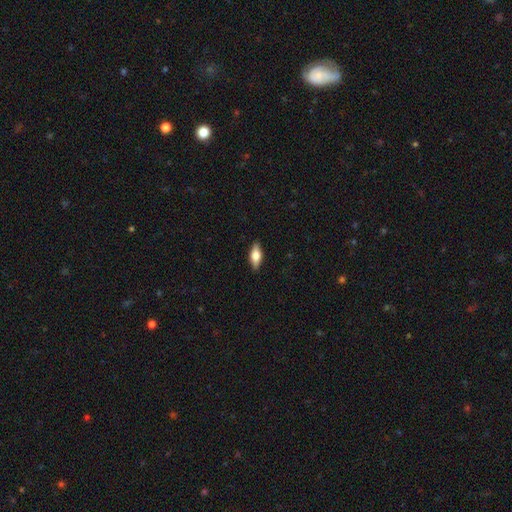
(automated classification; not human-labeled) Smooth or featured: smooth — 58% (featured or disk — 35%)
How rounded: in between — 74% (cigar-shaped — 22%)
Merging: none — 88% (minor disturbance — 9%)